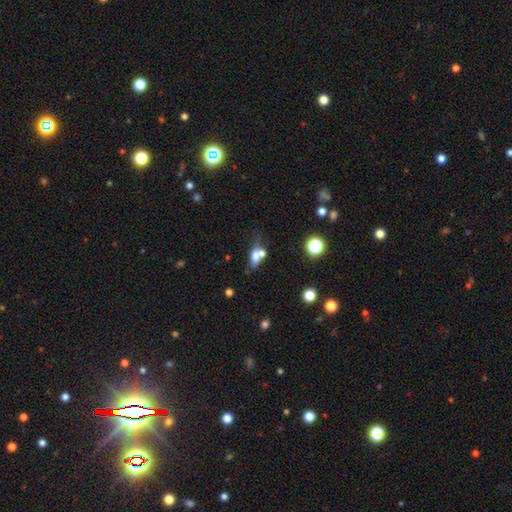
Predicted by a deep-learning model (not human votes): Smooth or featured? smooth (62%)
How rounded? in between (67%)
Merging? merger (42%)